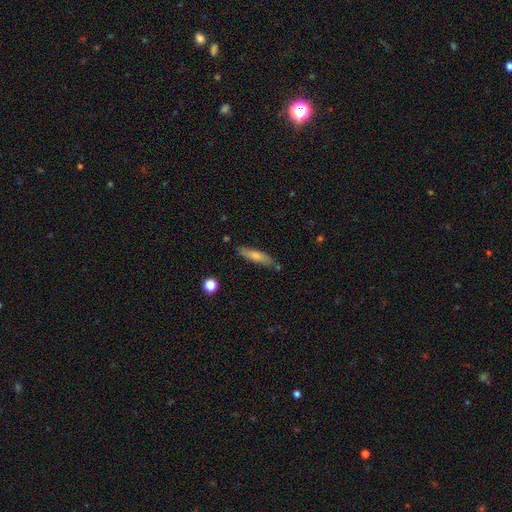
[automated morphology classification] A smooth galaxy with no disk features (70%) that is cigar-shaped (76%).

Vote fractions:
- Smooth or featured? smooth: 70% / featured or disk: 24% / star or artifact: 6%
- How rounded? cigar-shaped: 76% / in between: 23% / round: 2%
- Merging? none: 78% / minor disturbance: 15% / merger: 4% / major disturbance: 3%